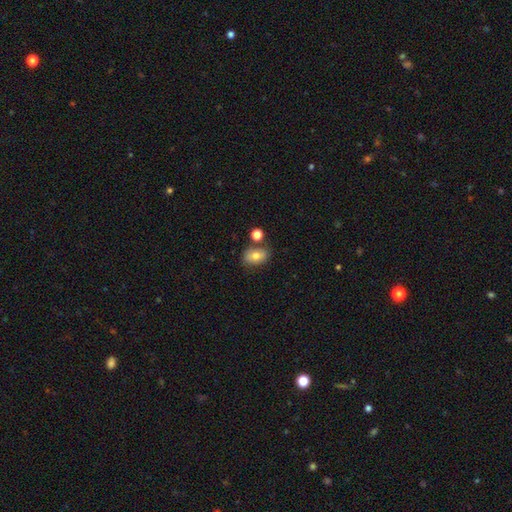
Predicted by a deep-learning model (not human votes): A smooth galaxy with no disk features (76%) that is in between round and cigar-shaped (80%). Merging: none (71%).